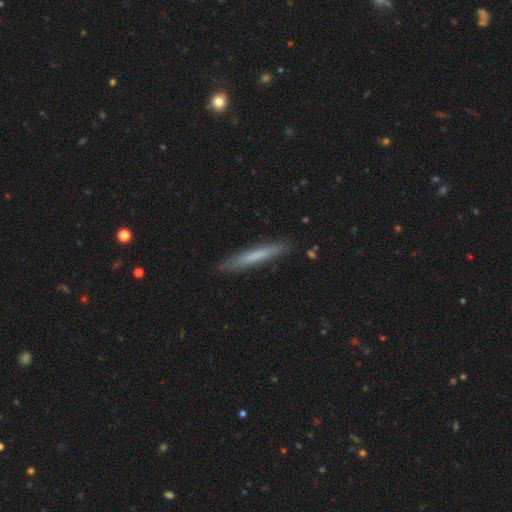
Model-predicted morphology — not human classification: Smooth or featured?
  - smooth: 63% *
  - featured or disk: 31%
  - star or artifact: 6%
How rounded?
  - cigar-shaped: 95% *
  - in between: 4%
  - round: 1%
Merging?
  - none: 87% *
  - minor disturbance: 10%
  - major disturbance: 2%
  - merger: 1%